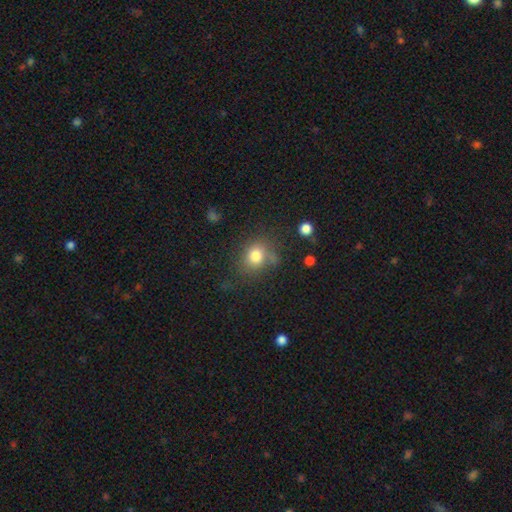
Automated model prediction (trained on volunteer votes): Smooth or featured: smooth — 79% (star or artifact — 12%)
How rounded: round — 66% (in between — 33%)
Merging: none — 66% (minor disturbance — 20%)